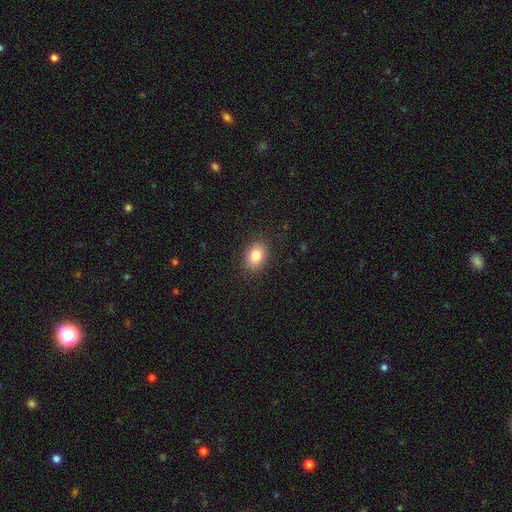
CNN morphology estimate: smooth 82%, star or artifact 9%, featured or disk 8%. Down the decision tree: how rounded — in between (73%); merging — none (88%).